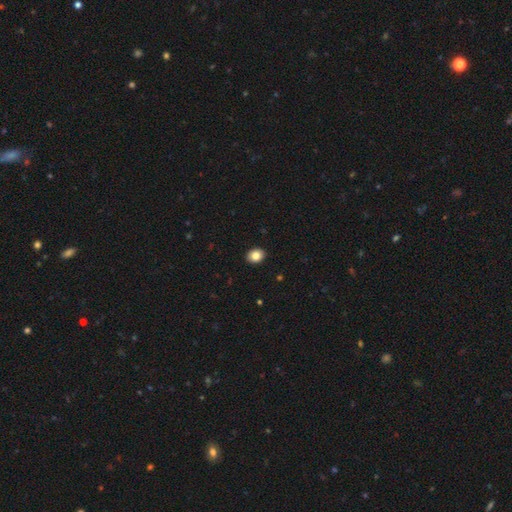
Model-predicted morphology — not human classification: Smooth or featured? smooth (84%)
How rounded? in between (51%)
Merging? none (92%)